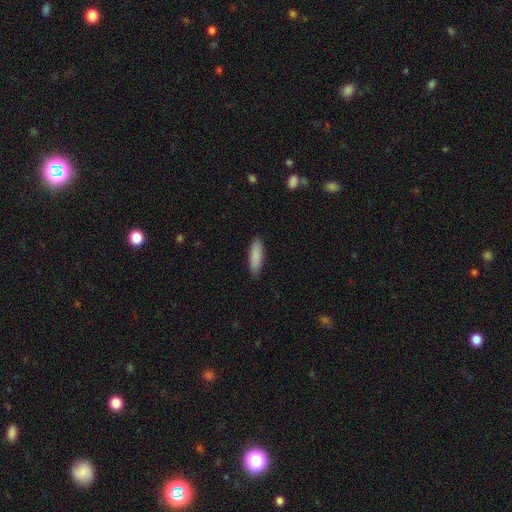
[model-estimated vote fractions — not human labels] Q: Smooth or featured?
A: smooth (88%); runner-up: featured or disk (6%)
Q: How rounded?
A: in between (50%); runner-up: cigar-shaped (48%)
Q: Merging?
A: none (88%); runner-up: minor disturbance (10%)